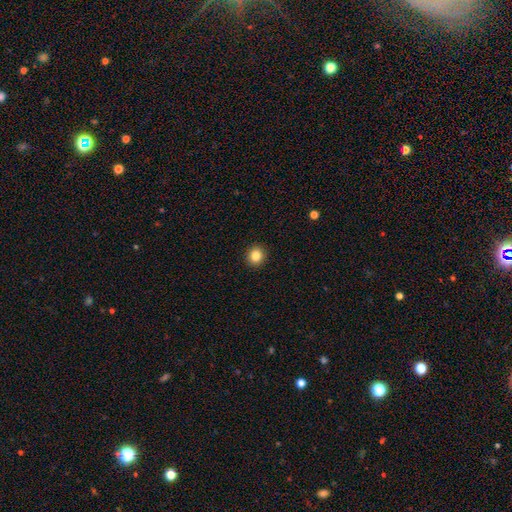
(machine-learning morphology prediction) This is clearly a smooth galaxy (84%). How rounded: clearly round (88%). Merging: clearly none (93%).